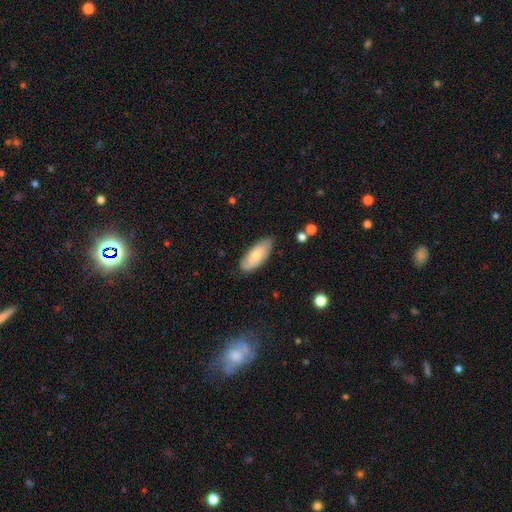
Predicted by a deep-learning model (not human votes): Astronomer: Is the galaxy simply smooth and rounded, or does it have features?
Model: smooth — 59% (runner-up: featured or disk, 35%).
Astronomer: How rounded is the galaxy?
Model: in between — 86%.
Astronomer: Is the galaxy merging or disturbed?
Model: none — 78%.